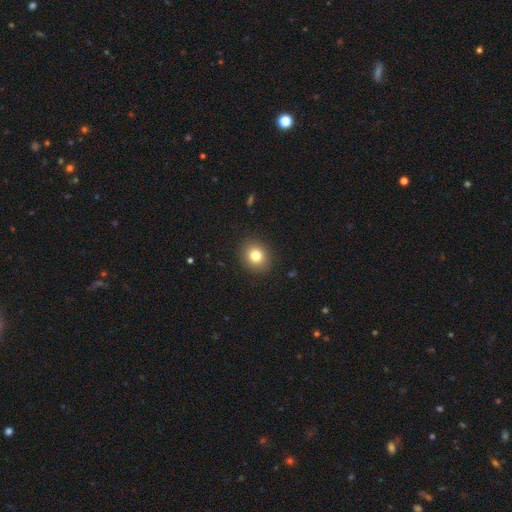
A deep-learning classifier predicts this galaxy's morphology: Q: Smooth or featured?
A: smooth (80%); runner-up: star or artifact (11%)
Q: How rounded?
A: round (73%); runner-up: in between (26%)
Q: Merging?
A: none (90%); runner-up: minor disturbance (7%)